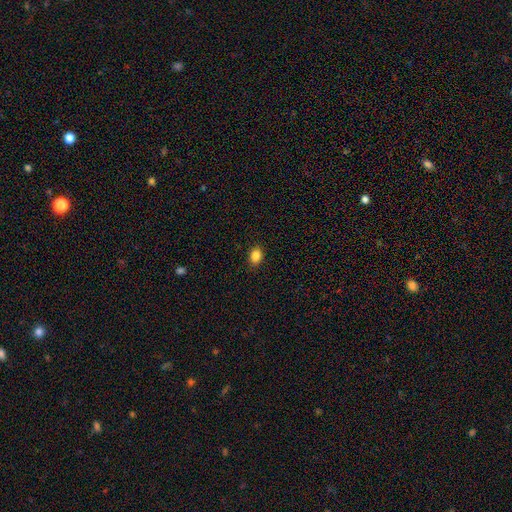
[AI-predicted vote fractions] This is clearly a smooth galaxy (86%). How rounded: likely in between (69%). Merging: clearly none (89%).